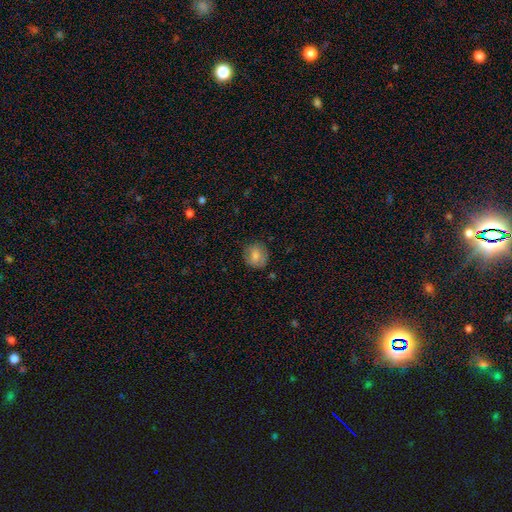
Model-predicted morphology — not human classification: Smooth or featured: smooth — 79% (featured or disk — 13%)
How rounded: round — 71% (in between — 28%)
Merging: none — 78% (minor disturbance — 16%)